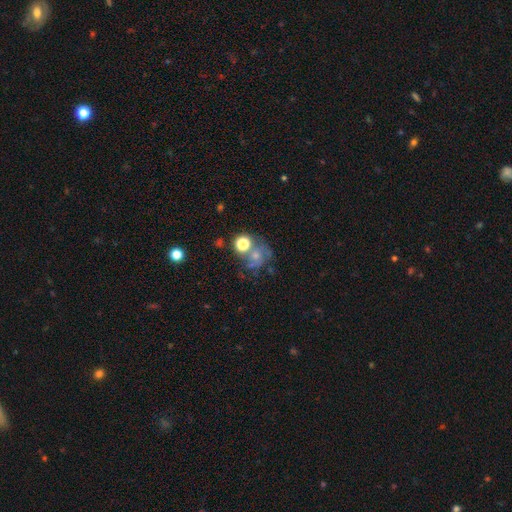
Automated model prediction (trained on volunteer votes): A smooth galaxy with no disk features (47%). Merging: none (44%).